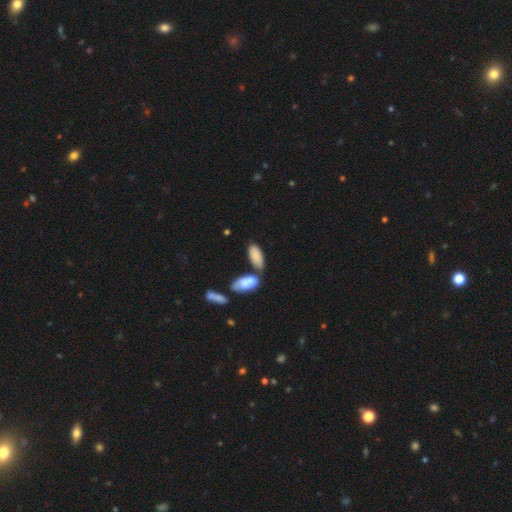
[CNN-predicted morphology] This is clearly a smooth galaxy (82%). How rounded: clearly in between (83%). Merging: possibly none (46%).